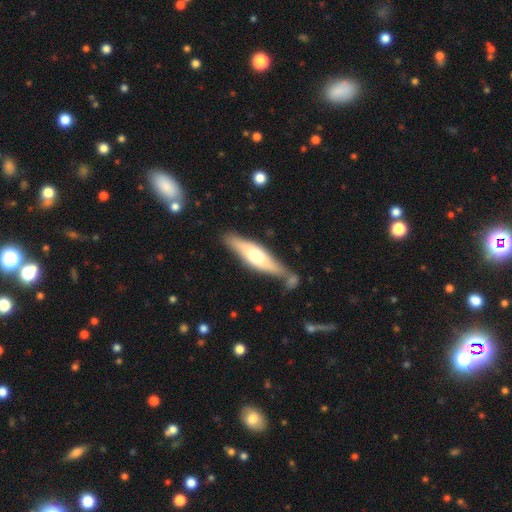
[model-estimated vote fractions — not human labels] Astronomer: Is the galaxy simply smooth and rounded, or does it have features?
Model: smooth — 49% (runner-up: featured or disk, 46%).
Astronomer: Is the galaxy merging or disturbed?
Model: none — 67%.